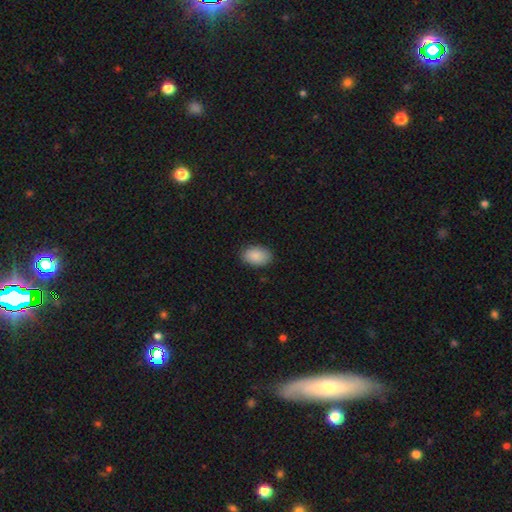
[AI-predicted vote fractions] smooth-or-featured: smooth: 89% | star or artifact: 6% | featured or disk: 4%
  how-rounded: in between: 89% | round: 9% | cigar-shaped: 1%
  merging: none: 86% | minor disturbance: 11% | major disturbance: 2% | merger: 1%